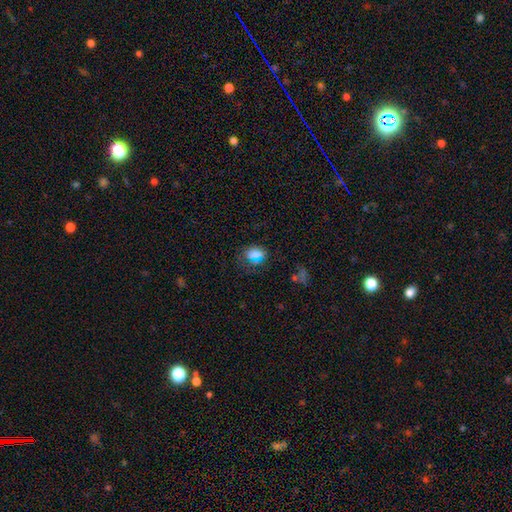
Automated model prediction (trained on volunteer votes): Morphology: type=smooth (65%); roundness=in between (60%); merging=none (72%).